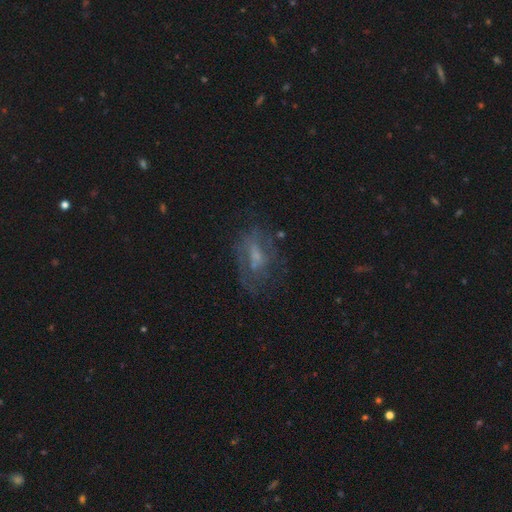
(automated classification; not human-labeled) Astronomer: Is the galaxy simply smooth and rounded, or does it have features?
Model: featured or disk — 57%.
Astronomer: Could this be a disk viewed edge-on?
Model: no — 92%.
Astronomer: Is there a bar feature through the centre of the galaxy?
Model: no — 46% (runner-up: weak, 41%).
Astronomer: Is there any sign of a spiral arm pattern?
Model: yes — 52% (runner-up: no, 48%).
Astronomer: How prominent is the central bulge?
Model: small — 39% (runner-up: moderate, 30%).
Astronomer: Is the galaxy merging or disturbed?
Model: none — 55%.